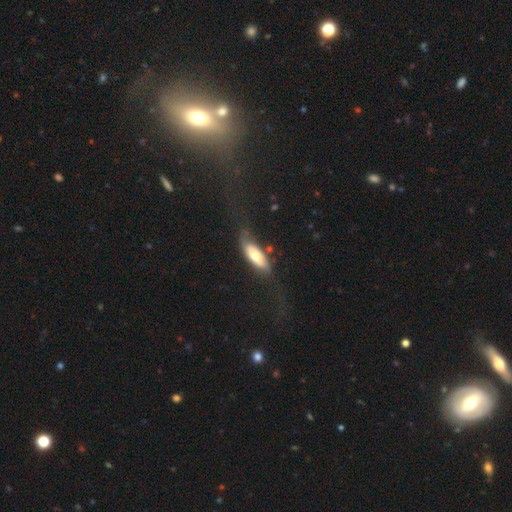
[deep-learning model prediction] A smooth galaxy with no disk features (57%) that is in between round and cigar-shaped (71%). Merging: none (44%).